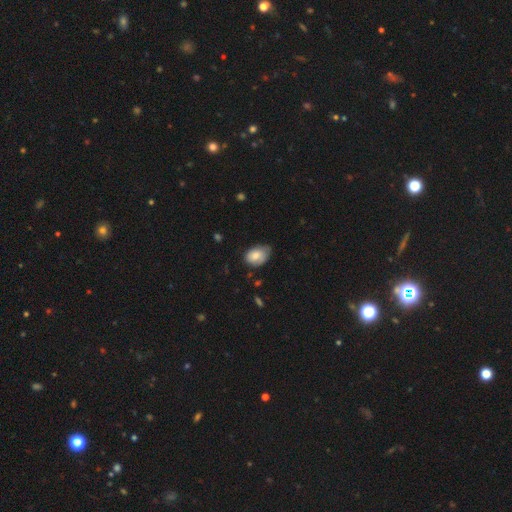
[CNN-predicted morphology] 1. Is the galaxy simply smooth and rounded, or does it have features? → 79% smooth, 14% featured or disk, 7% star or artifact.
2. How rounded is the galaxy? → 83% in between, 16% round, 1% cigar-shaped.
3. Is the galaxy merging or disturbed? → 51% none, 39% minor disturbance, 8% major disturbance, 2% merger.